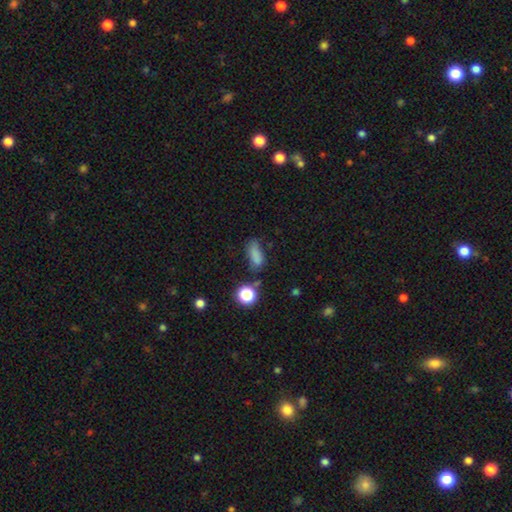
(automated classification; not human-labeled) This appears to be a smooth galaxy with no disk features (77%) that is in between round and cigar-shaped (68%). Merging: none (57%).